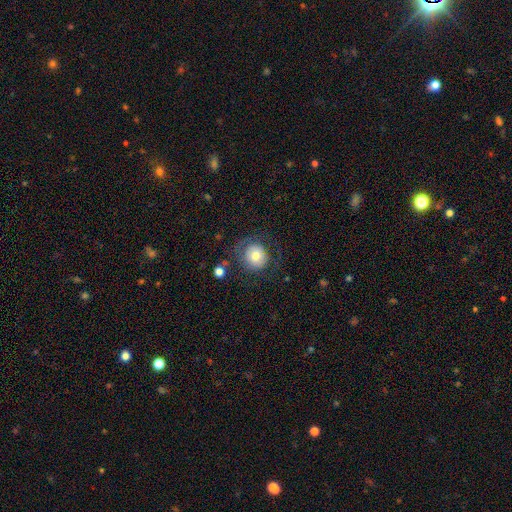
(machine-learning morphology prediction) smooth-or-featured: smooth: 68% | featured or disk: 22% | star or artifact: 10%
  how-rounded: round: 87% | in between: 12% | cigar-shaped: 1%
  merging: none: 69% | minor disturbance: 15% | major disturbance: 14% | merger: 2%